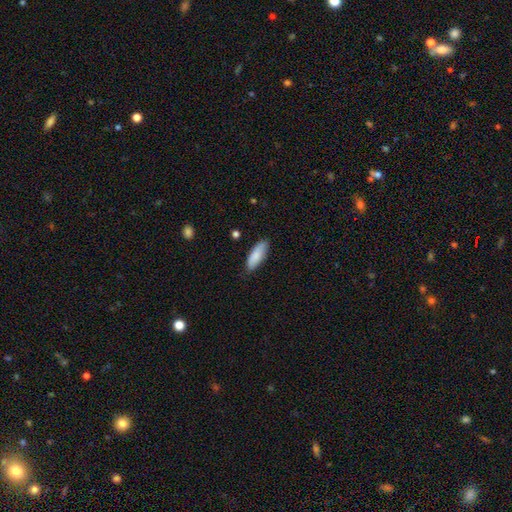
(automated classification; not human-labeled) Overall: smooth (86%). How rounded: in between (64%; cigar-shaped 35%). Merging: none (82%).